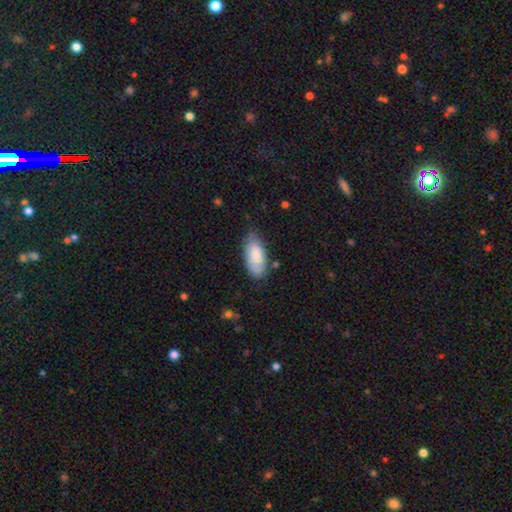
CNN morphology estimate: type=smooth (85%); roundness=in between (90%); merging=none (73%).